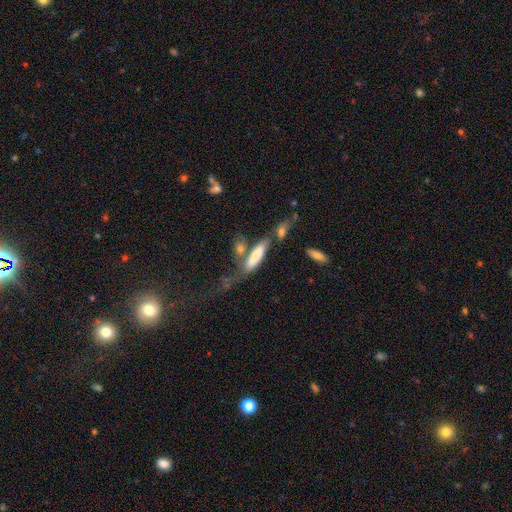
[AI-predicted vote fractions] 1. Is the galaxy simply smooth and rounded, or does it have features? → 73% smooth, 19% featured or disk, 8% star or artifact.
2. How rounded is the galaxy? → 58% cigar-shaped, 40% in between, 2% round.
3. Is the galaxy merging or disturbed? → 37% none, 32% merger, 17% minor disturbance, 14% major disturbance.